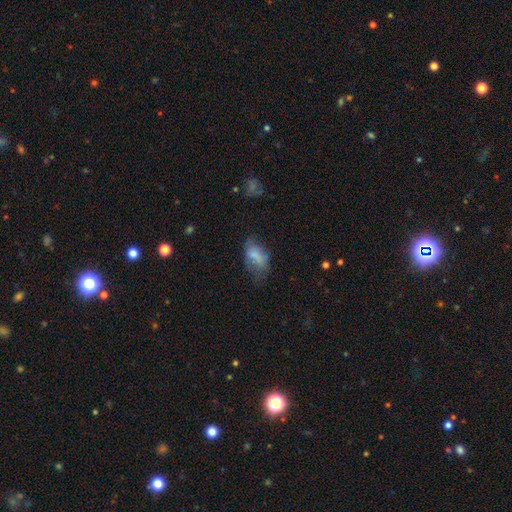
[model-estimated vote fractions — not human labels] Smooth or featured?
  - smooth: 66% *
  - featured or disk: 24%
  - star or artifact: 10%
How rounded?
  - in between: 90% *
  - round: 7%
  - cigar-shaped: 3%
Merging?
  - none: 36% *
  - minor disturbance: 32%
  - major disturbance: 28%
  - merger: 3%